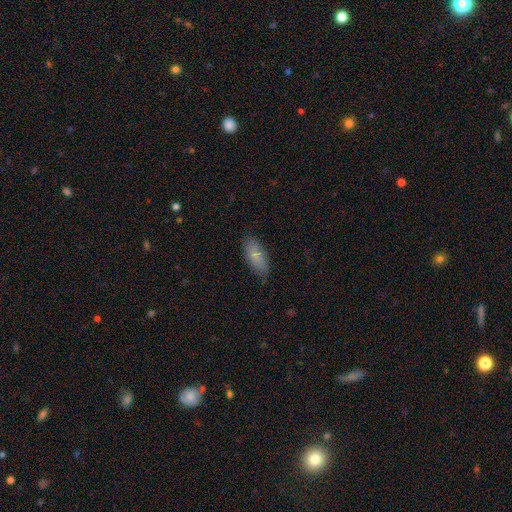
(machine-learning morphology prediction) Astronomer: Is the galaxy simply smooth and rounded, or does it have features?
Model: smooth — 83%.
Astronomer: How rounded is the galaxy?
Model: in between — 80%.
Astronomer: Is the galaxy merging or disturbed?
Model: none — 82%.